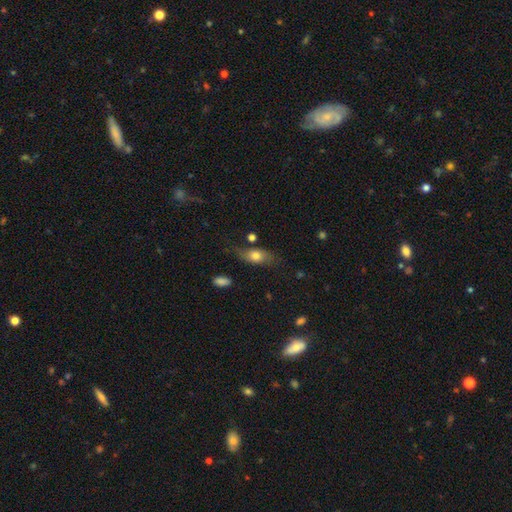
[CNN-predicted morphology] Smooth or featured? smooth (67%)
How rounded? in between (81%)
Merging? none (59%)